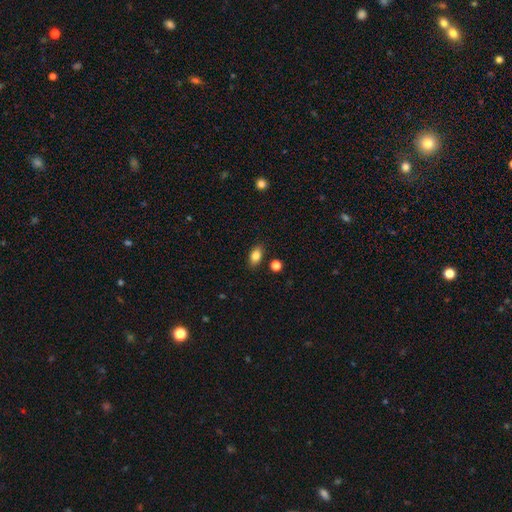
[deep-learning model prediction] Smooth or featured? Predicted: smooth (p=0.84). How rounded? Predicted: in between (p=0.86). Merging? Predicted: none (p=0.84).